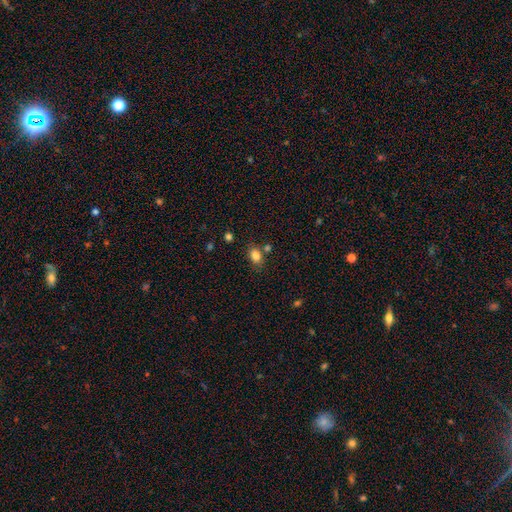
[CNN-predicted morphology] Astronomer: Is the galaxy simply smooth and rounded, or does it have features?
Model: smooth — 83%.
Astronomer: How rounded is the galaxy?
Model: in between — 75%.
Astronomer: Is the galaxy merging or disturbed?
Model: none — 74%.